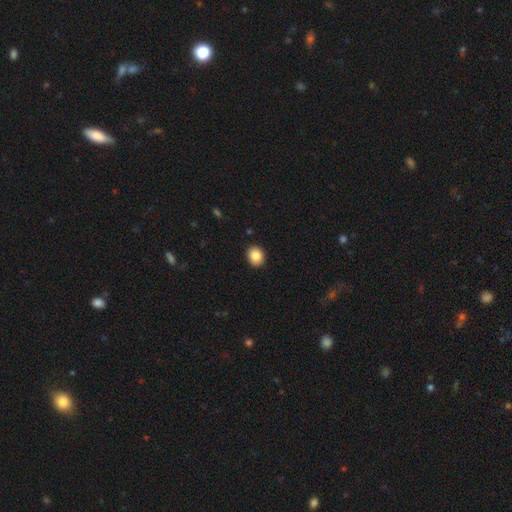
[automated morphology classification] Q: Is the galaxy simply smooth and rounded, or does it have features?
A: smooth — 86%.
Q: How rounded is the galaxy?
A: round — 61%.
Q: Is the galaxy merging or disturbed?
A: none — 91%.